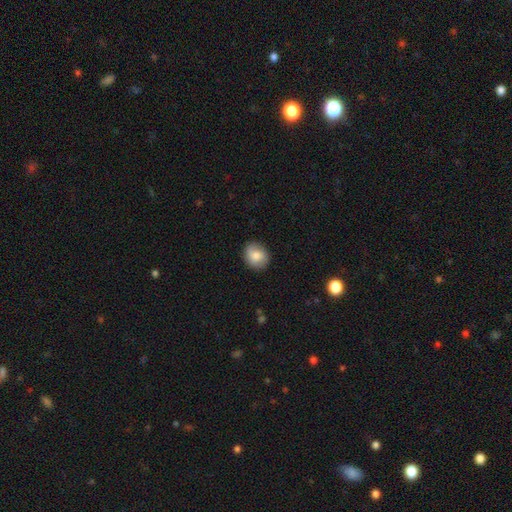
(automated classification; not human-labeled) This is likely a smooth galaxy (78%). How rounded: likely round (69%). Merging: clearly none (87%).